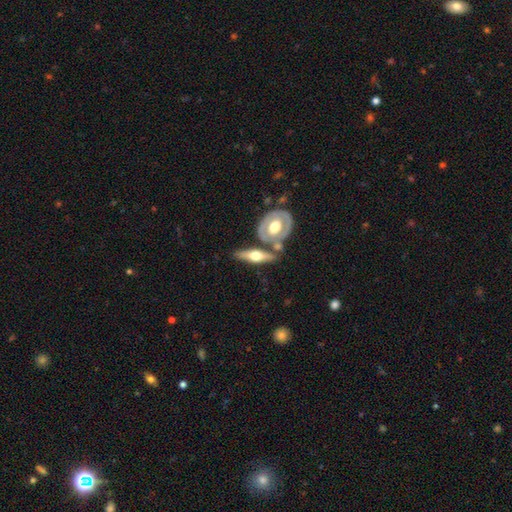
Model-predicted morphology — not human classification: This appears to be a featured or disk galaxy (65%) viewed edge-on (81%) with a rounded central bulge (95%). Merging: none (61%).